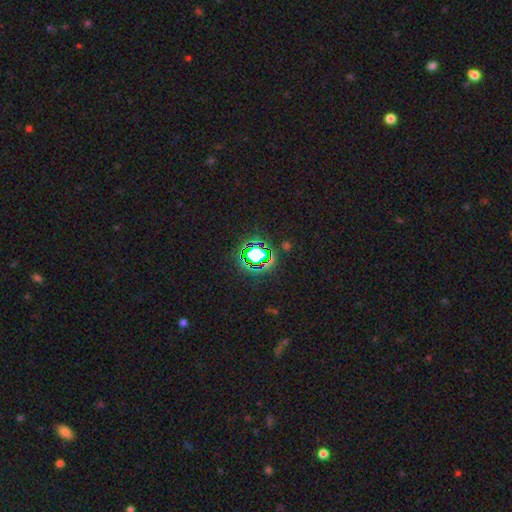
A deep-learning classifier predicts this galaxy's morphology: Overall: star or artifact (71%).